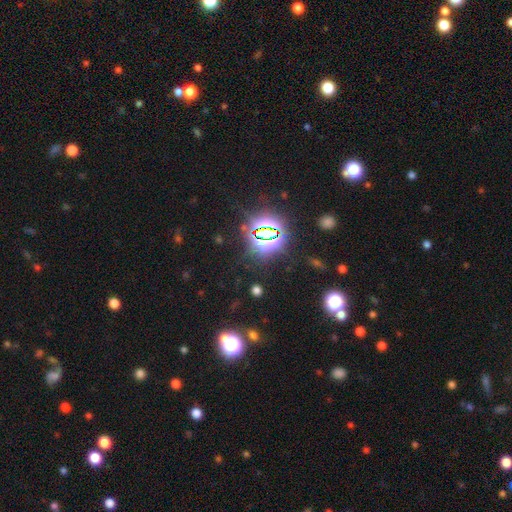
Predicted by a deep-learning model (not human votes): Smooth or featured: star or artifact — 73% (smooth — 20%)